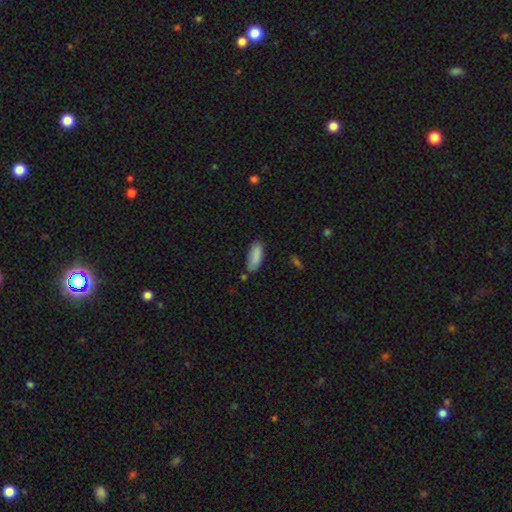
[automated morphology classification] This appears to be a smooth galaxy with no disk features (87%) that is in between round and cigar-shaped (76%). Merging: none (71%).